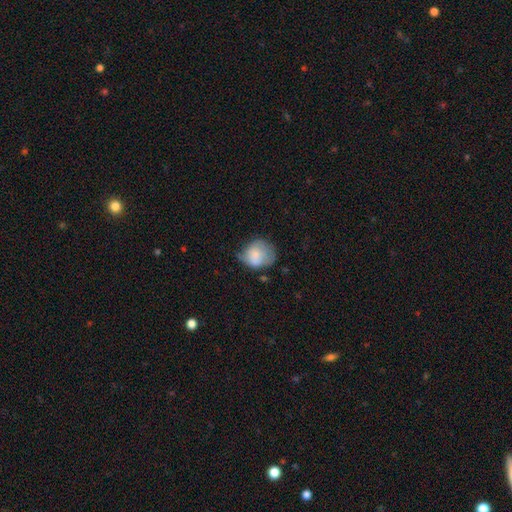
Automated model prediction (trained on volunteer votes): smooth-or-featured: smooth: 76% | featured or disk: 16% | star or artifact: 8%
  how-rounded: round: 63% | in between: 36% | cigar-shaped: 1%
  merging: minor disturbance: 40% | none: 36% | major disturbance: 21% | merger: 3%